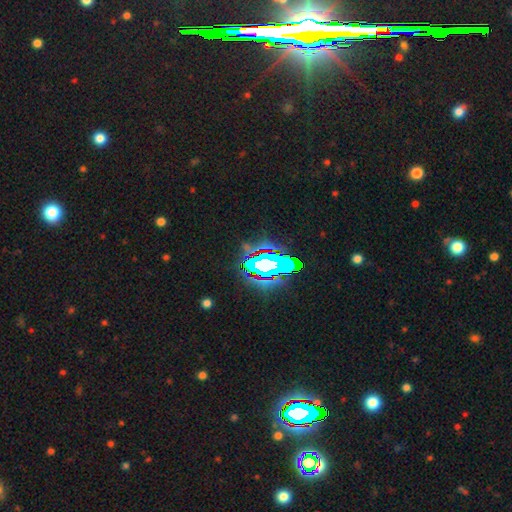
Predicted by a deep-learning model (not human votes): Morphology: type=star or artifact (82%).